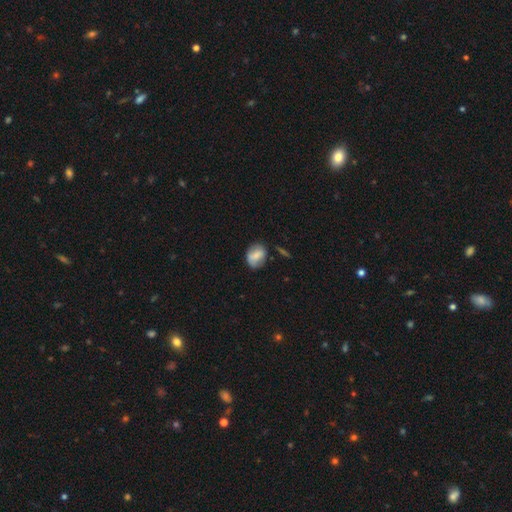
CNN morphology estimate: Smooth or featured? smooth (70%)
How rounded? in between (59%)
Merging? none (68%)